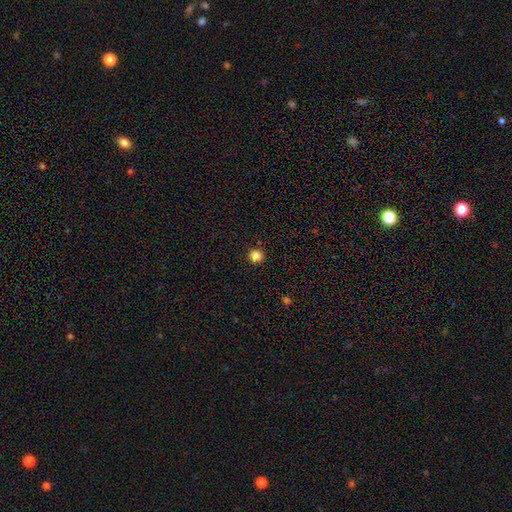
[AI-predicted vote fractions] A smooth galaxy with no disk features (84%) that is round (94%). Merging: none (93%).